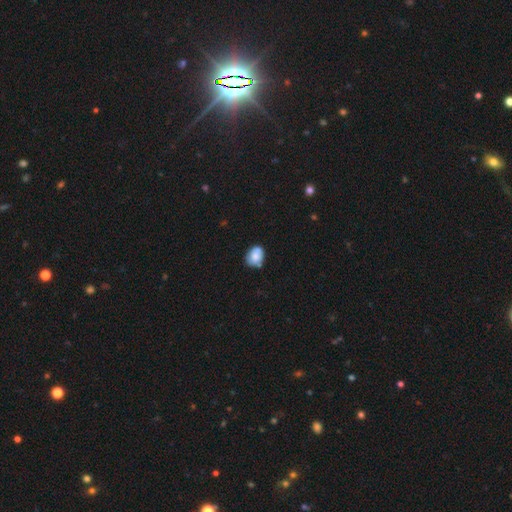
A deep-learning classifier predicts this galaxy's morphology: Smooth or featured?
  - smooth: 74% *
  - featured or disk: 18%
  - star or artifact: 8%
How rounded?
  - in between: 51% *
  - round: 48%
  - cigar-shaped: 1%
Merging?
  - none: 61% *
  - minor disturbance: 27%
  - merger: 7%
  - major disturbance: 5%